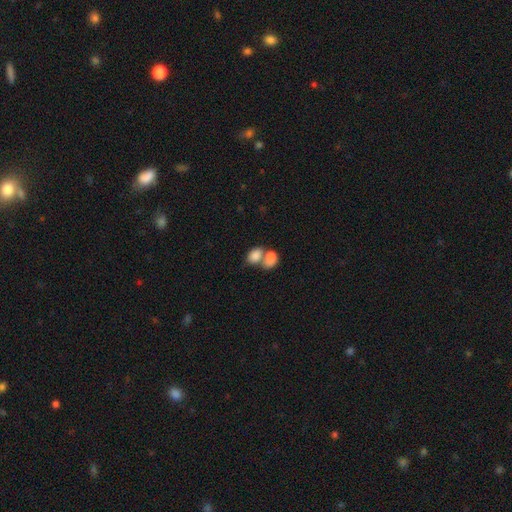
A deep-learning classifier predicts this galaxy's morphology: type=smooth (81%); roundness=in between (76%); merging=merger (64%).